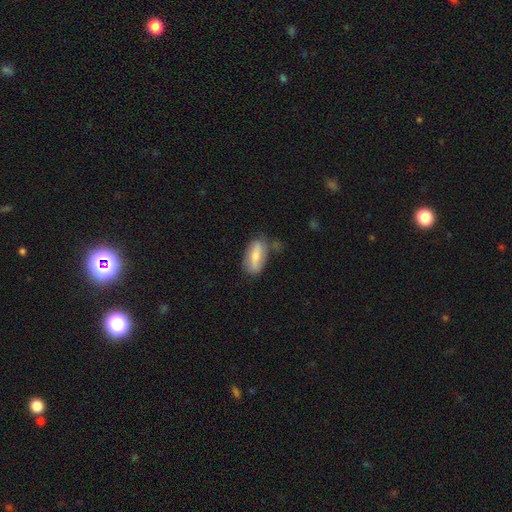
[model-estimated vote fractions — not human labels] smooth_or_featured: smooth (p=0.69) [alt: featured or disk p=0.24]
how_rounded: in between (p=0.80) [alt: cigar-shaped p=0.16]
merging: none (p=0.62) [alt: minor disturbance p=0.24]